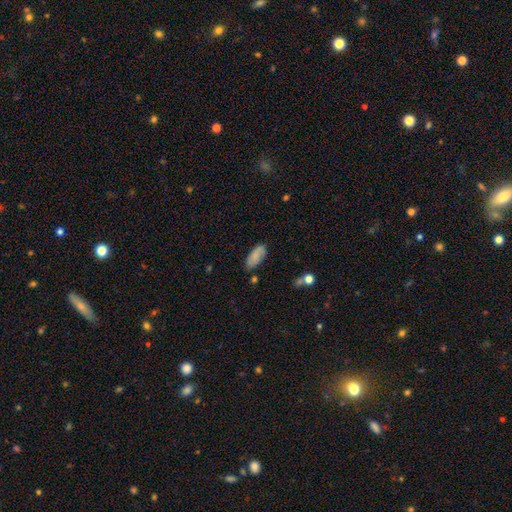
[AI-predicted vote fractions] Overall: smooth (83%). How rounded: in between (85%). Merging: none (76%).